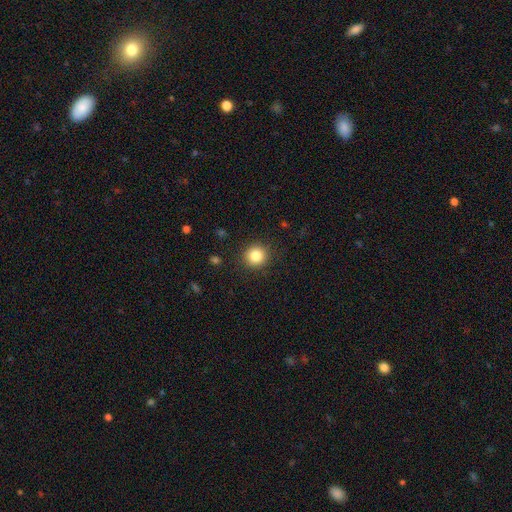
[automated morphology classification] smooth 84%, star or artifact 10%, featured or disk 5%. Down the decision tree: how rounded — round (92%); merging — none (90%).